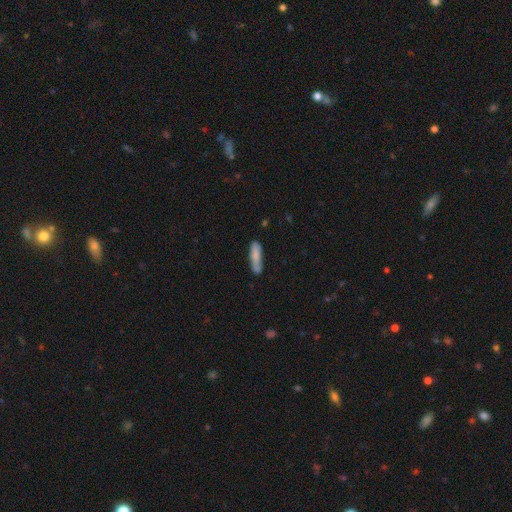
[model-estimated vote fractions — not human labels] The model was most divided on "how rounded": cigar-shaped: 69%, in between: 30%, round: 2%. More confident: smooth or featured — smooth (80%); merging — none (66%).